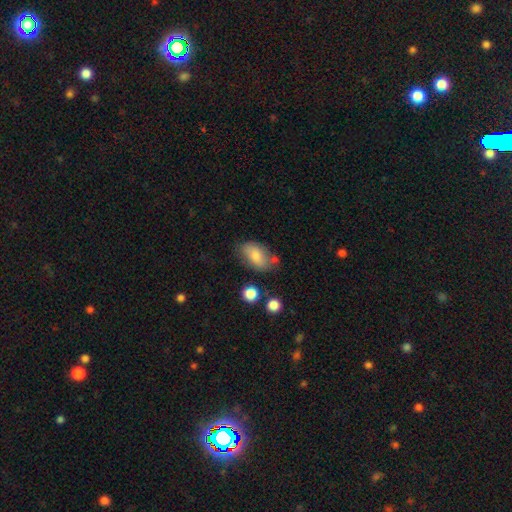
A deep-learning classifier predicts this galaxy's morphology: smooth_or_featured: smooth (p=0.77) [alt: featured or disk p=0.16]
how_rounded: in between (p=0.91) [alt: round p=0.06]
merging: none (p=0.66) [alt: minor disturbance p=0.22]